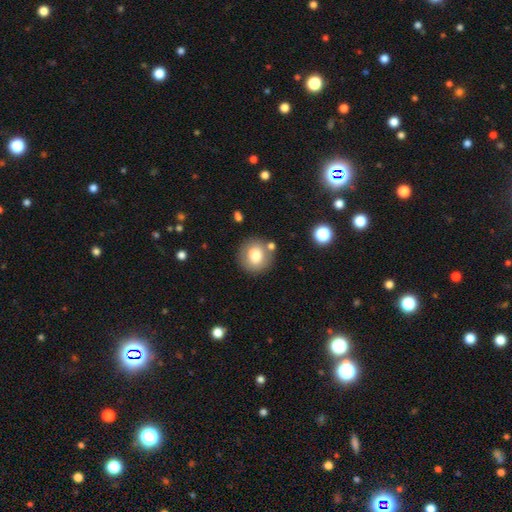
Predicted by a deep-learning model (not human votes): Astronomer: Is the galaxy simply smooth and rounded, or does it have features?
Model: smooth — 76%.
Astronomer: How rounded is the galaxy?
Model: round — 89%.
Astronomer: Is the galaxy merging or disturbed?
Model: none — 78%.